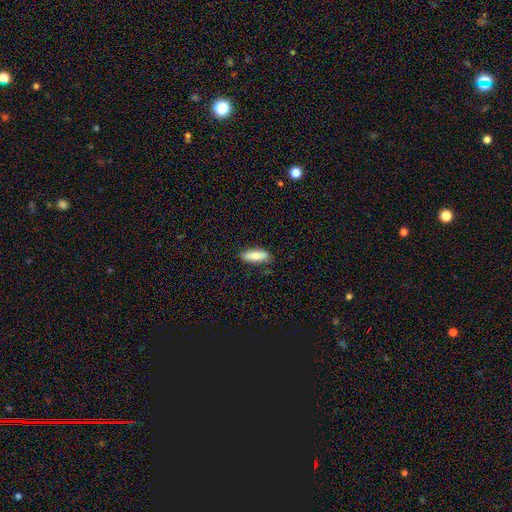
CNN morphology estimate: A smooth galaxy with no disk features (85%) that is in between round and cigar-shaped (65%).

Vote fractions:
- Smooth or featured? smooth: 85% / featured or disk: 9% / star or artifact: 6%
- How rounded? in between: 65% / cigar-shaped: 34% / round: 2%
- Merging? none: 83% / minor disturbance: 13% / major disturbance: 3% / merger: 1%